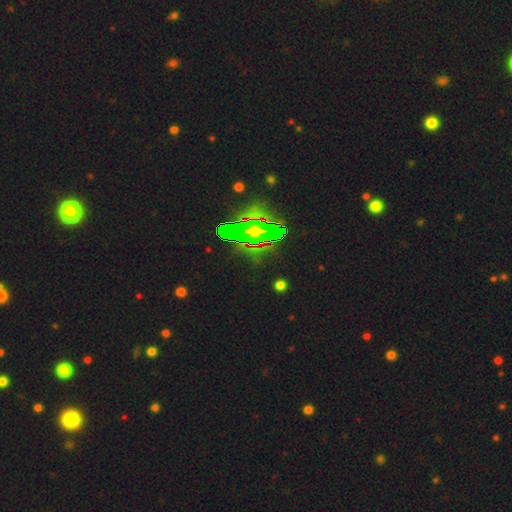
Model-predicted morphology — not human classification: type=star or artifact (69%).